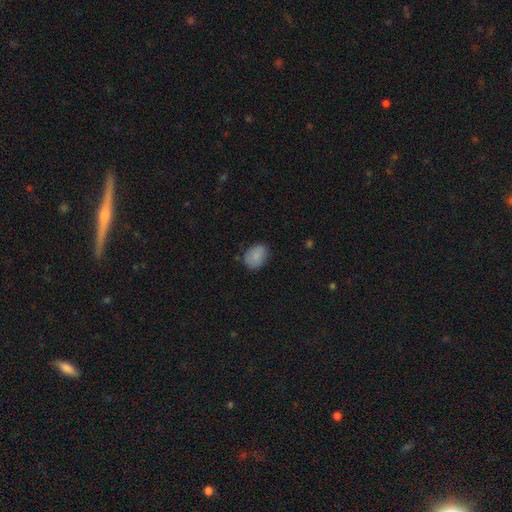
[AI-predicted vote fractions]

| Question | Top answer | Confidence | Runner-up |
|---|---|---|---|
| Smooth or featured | smooth | 87% | star or artifact (8%) |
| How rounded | in between | 67% | round (32%) |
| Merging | none | 78% | minor disturbance (17%) |